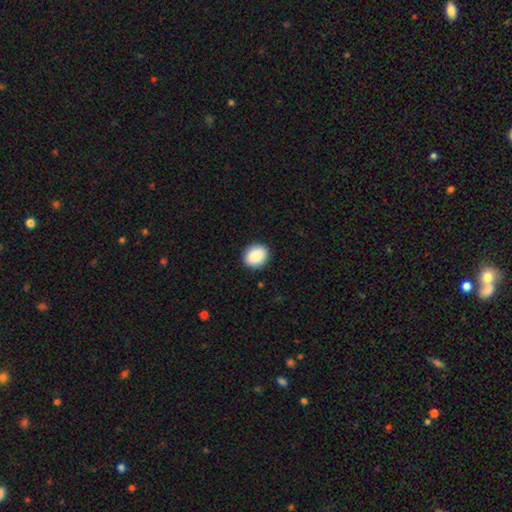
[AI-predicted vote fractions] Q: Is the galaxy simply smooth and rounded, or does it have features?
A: smooth — 90%.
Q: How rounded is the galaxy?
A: round — 53%.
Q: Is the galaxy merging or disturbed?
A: none — 91%.